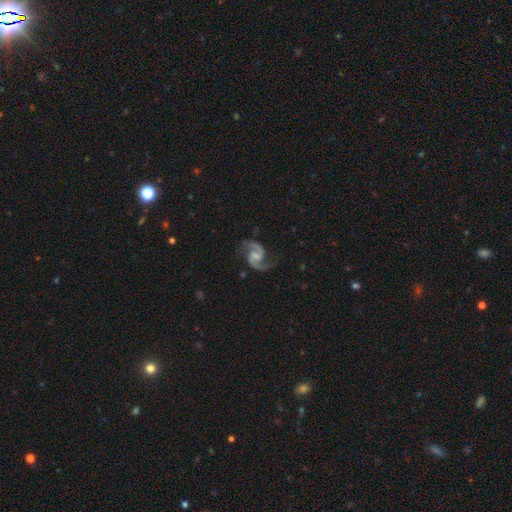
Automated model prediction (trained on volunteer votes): A featured or disk galaxy (93%) with a weak bar (50%), 2 (95%) medium (62%) spiral arms (98%) and a small central bulge (39%). Merging: none (80%).